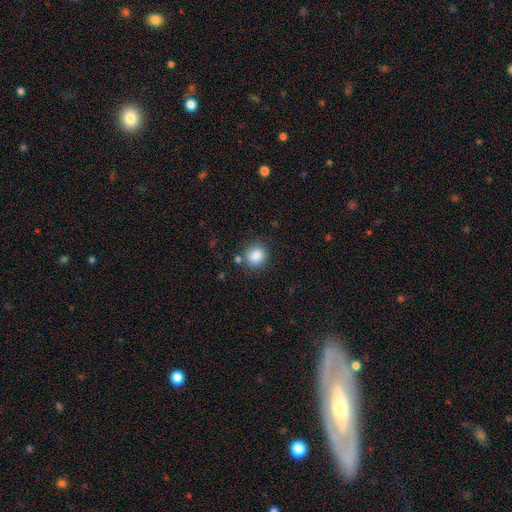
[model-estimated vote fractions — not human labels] smooth_or_featured: smooth (p=0.86) [alt: star or artifact p=0.09]
how_rounded: round (p=0.83) [alt: in between p=0.16]
merging: none (p=0.79) [alt: minor disturbance p=0.12]